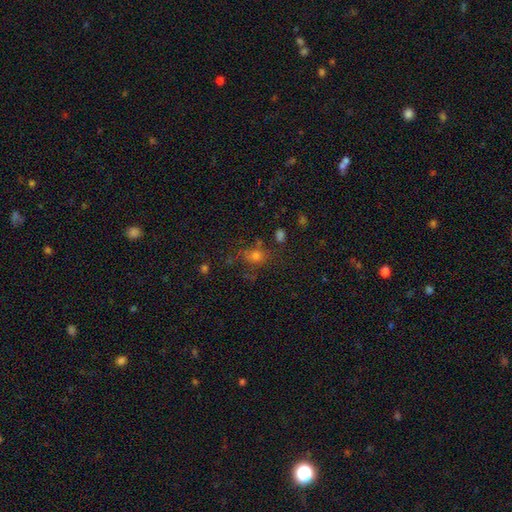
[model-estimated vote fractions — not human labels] Smooth or featured? Predicted: smooth (p=0.58). How rounded? Predicted: round (p=0.60). Merging? Predicted: none (p=0.64).